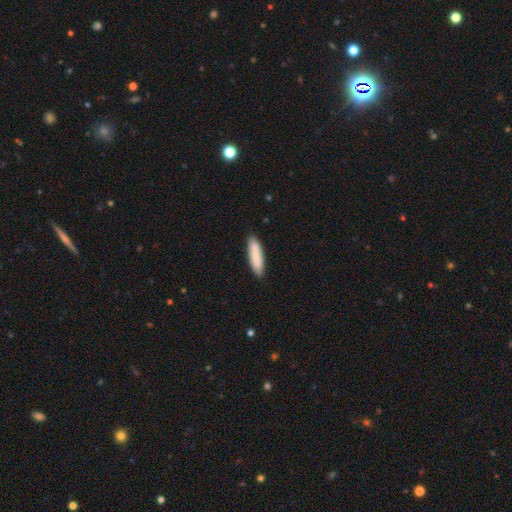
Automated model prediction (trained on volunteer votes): Smooth or featured: smooth — 84% (featured or disk — 10%)
How rounded: cigar-shaped — 59% (in between — 39%)
Merging: none — 86% (minor disturbance — 11%)